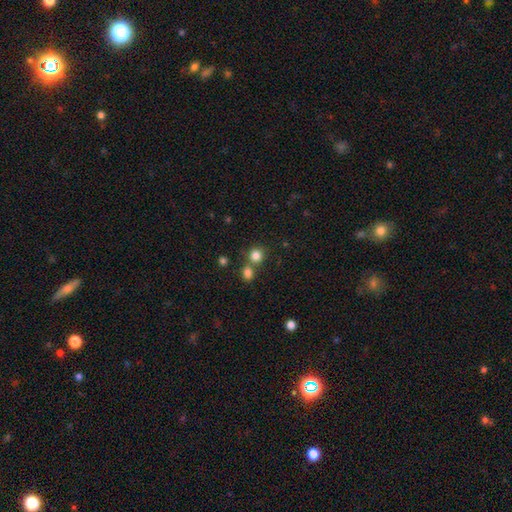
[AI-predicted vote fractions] Overall: smooth (81%). How rounded: round (89%). Merging: none (62%; merger 28%).